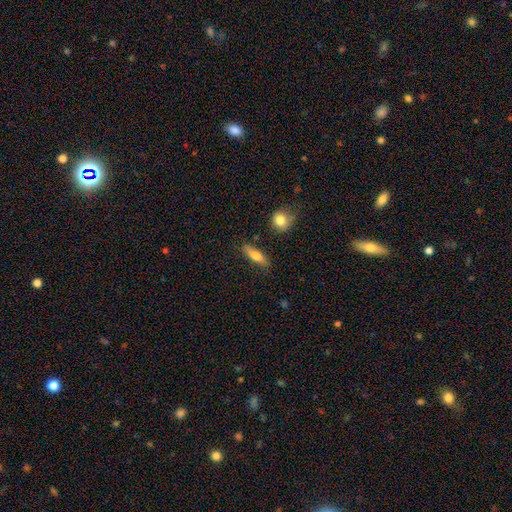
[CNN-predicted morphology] Smooth or featured: smooth — 64% (featured or disk — 30%)
How rounded: cigar-shaped — 55% (in between — 41%)
Merging: none — 82% (minor disturbance — 11%)